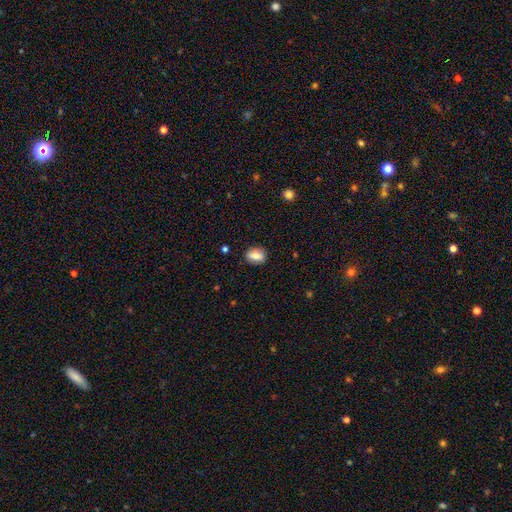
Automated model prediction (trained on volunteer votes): This is likely a smooth galaxy (77%). How rounded: likely in between (69%). Merging: clearly none (85%).